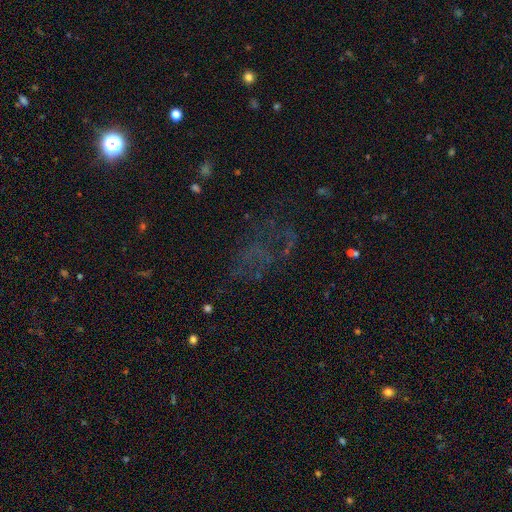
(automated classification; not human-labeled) smooth-or-featured: star or artifact: 42% | featured or disk: 31% | smooth: 27%